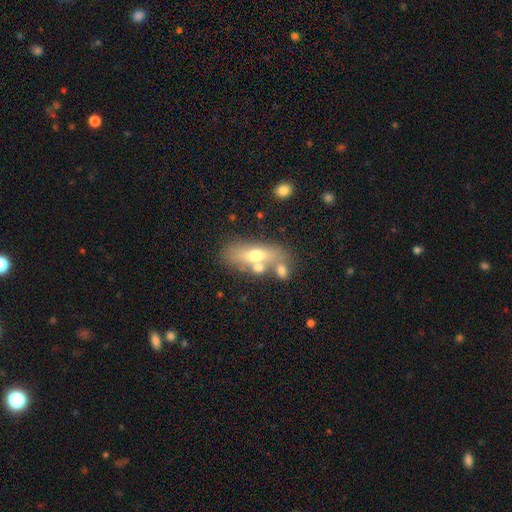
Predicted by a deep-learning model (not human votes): Morphology: type=smooth (56%); roundness=in between (71%); merging=none (52%).